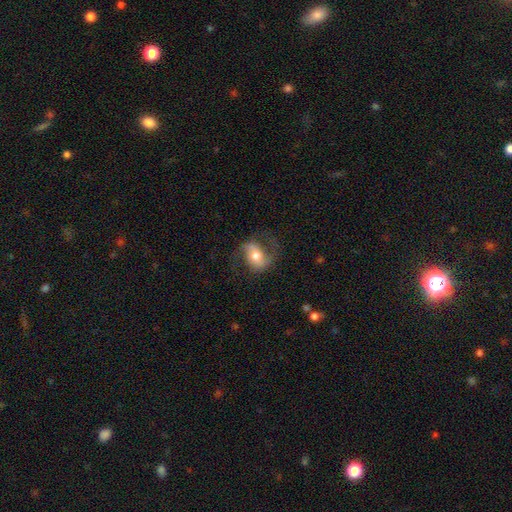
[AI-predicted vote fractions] A featured or disk galaxy (64%) with a weak bar (37%), 2 (88%) loose (48%) spiral arms (88%) and a moderate central bulge (67%). Merging: none (65%).